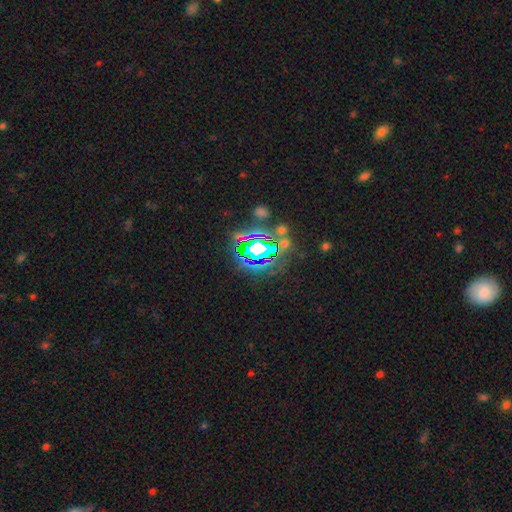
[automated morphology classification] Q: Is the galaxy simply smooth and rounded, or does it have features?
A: star or artifact — 68%.